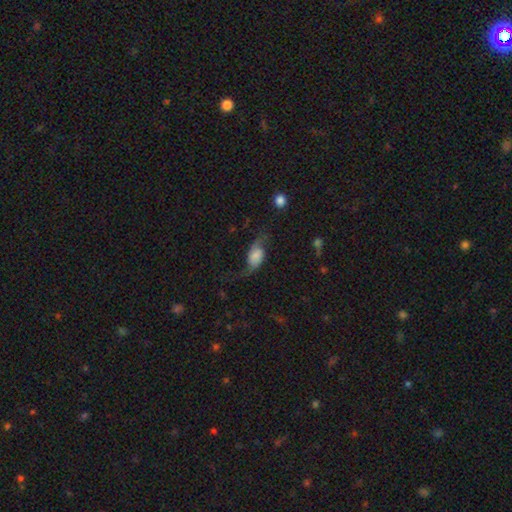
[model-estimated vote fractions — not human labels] This is possibly a featured or disk galaxy (59%). It is clearly not viewed edge-on (93%). Bar: possibly no (57%). Spiral arm pattern: clearly yes (91%). Spiral arm count: clearly 2 (91%). Spiral winding: clearly loose (85%). Central bulge: marginally small (27%). Merging: possibly none (50%).